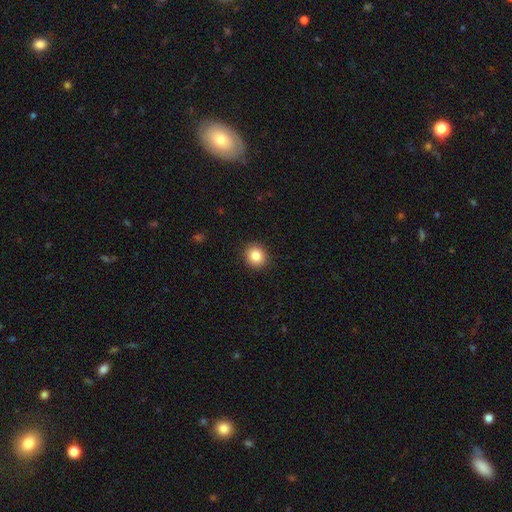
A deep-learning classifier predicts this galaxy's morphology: The model was most divided on "how rounded": round: 82%, in between: 17%, cigar-shaped: 1%. More confident: merging — none (91%); smooth or featured — smooth (84%).